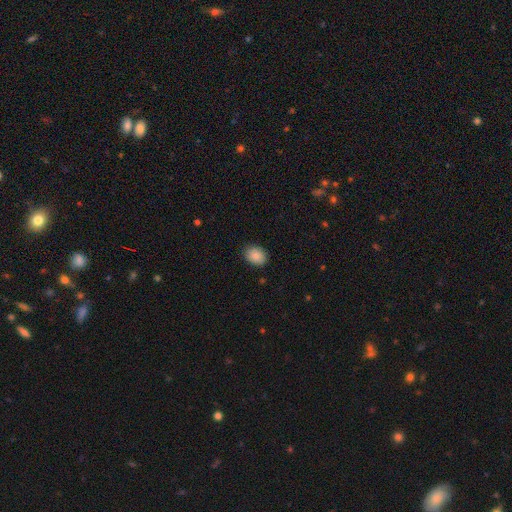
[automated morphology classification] smooth 88%, star or artifact 8%, featured or disk 4%. Down the decision tree: how rounded — in between (64%); merging — none (87%).